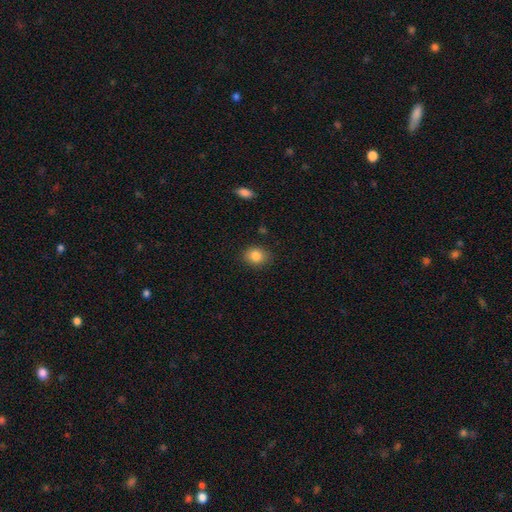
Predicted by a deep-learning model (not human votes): Smooth or featured?
  - smooth: 84% *
  - star or artifact: 9%
  - featured or disk: 6%
How rounded?
  - round: 51% *
  - in between: 48%
  - cigar-shaped: 1%
Merging?
  - none: 86% *
  - minor disturbance: 11%
  - major disturbance: 2%
  - merger: 1%